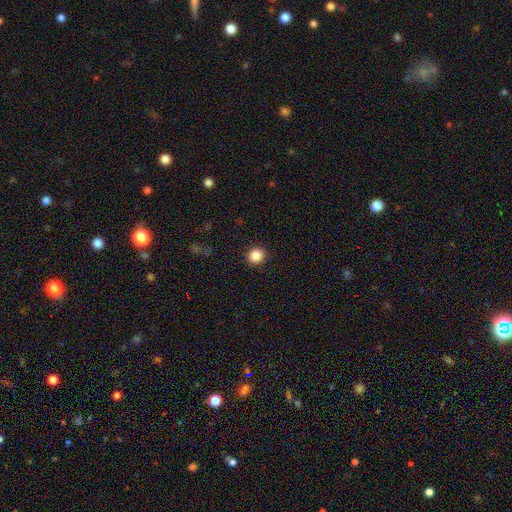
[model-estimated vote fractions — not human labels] smooth_or_featured: smooth (p=0.87) [alt: star or artifact p=0.10]
how_rounded: round (p=0.94) [alt: in between p=0.05]
merging: none (p=0.92) [alt: minor disturbance p=0.05]